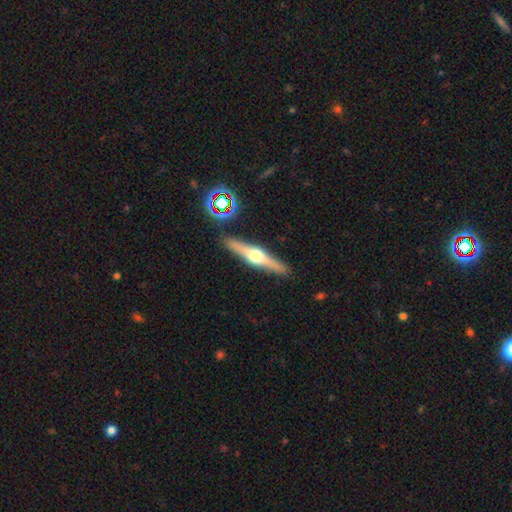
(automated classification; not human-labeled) Smooth or featured: featured or disk — 72% (smooth — 22%)
Edge-on disk: yes — 97% (no — 3%)
Edge-on bulge: rounded — 95% (boxy — 3%)
Merging: none — 89% (minor disturbance — 7%)